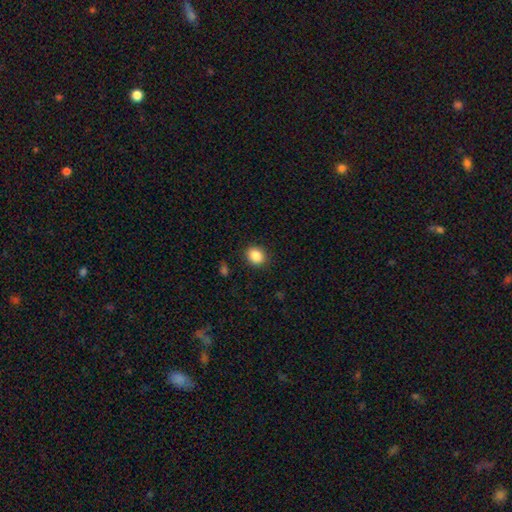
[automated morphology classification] Smooth or featured?
  - smooth: 87% *
  - star or artifact: 9%
  - featured or disk: 4%
How rounded?
  - round: 60% *
  - in between: 39%
  - cigar-shaped: 1%
Merging?
  - none: 89% *
  - minor disturbance: 8%
  - major disturbance: 2%
  - merger: 1%